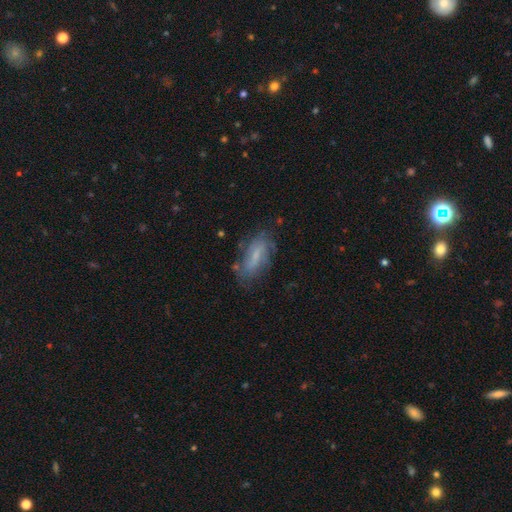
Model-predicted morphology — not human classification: Smooth or featured: featured or disk — 50% (smooth — 41%)
Merging: none — 68% (minor disturbance — 21%)